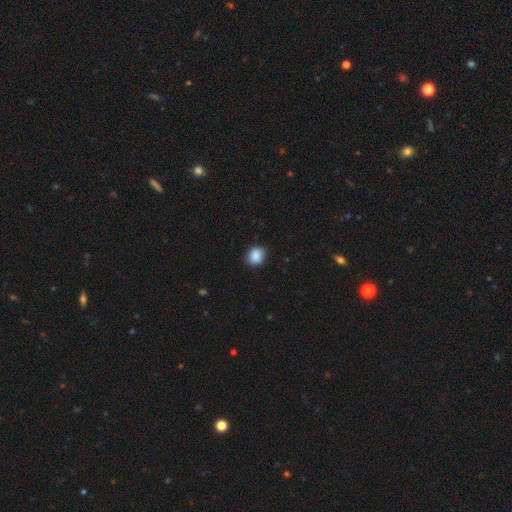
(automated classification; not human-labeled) A smooth galaxy with no disk features (88%) that is round (60%). Merging: none (83%).